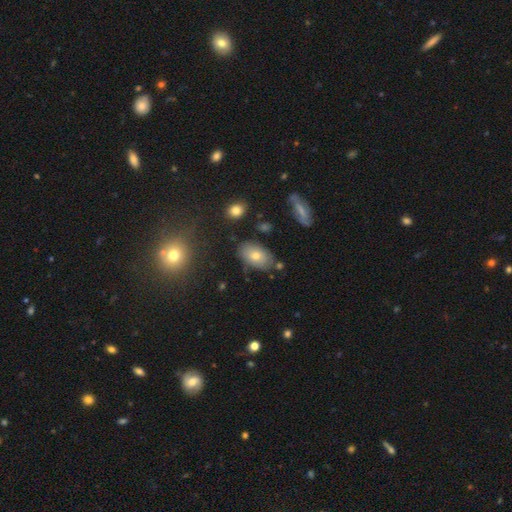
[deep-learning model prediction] smooth_or_featured: smooth (p=0.68) [alt: featured or disk p=0.21]
how_rounded: in between (p=0.91) [alt: round p=0.07]
merging: none (p=0.77) [alt: minor disturbance p=0.15]